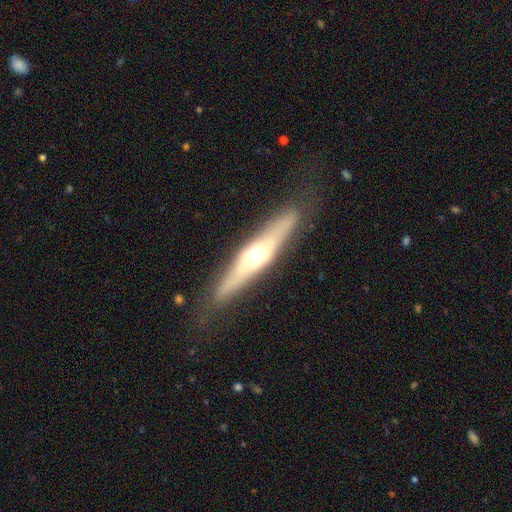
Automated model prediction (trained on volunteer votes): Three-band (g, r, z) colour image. It shows a featured or disk galaxy (64%) viewed edge-on (84%) with a rounded central bulge (83%). Merging: none (80%).